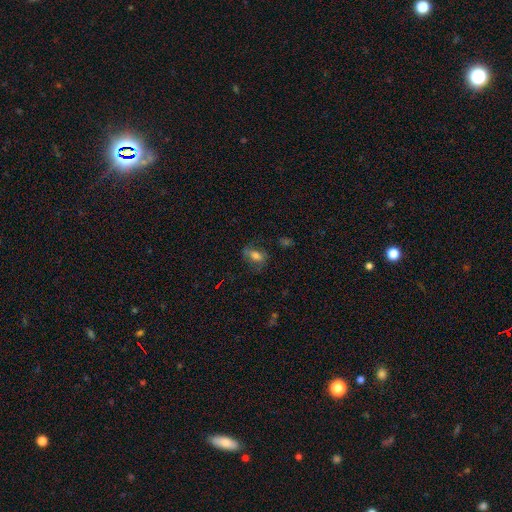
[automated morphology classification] Smooth or featured: smooth — 65% (featured or disk — 22%)
How rounded: in between — 79% (round — 15%)
Merging: none — 67% (minor disturbance — 20%)